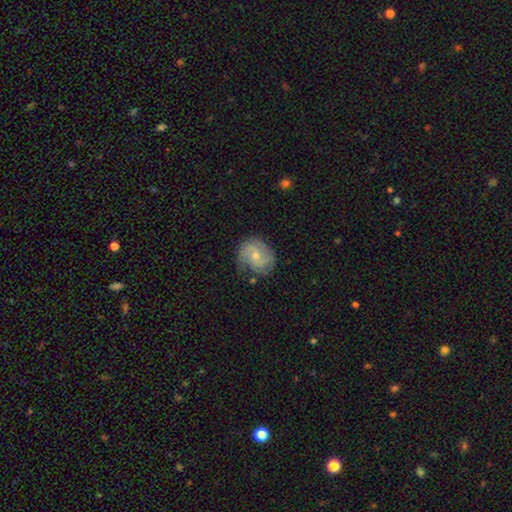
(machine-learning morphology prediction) Smooth or featured?
  - featured or disk: 70% *
  - smooth: 24%
  - star or artifact: 6%
Edge-on disk?
  - no: 98% *
  - yes: 2%
Bar?
  - no: 60% *
  - weak: 35%
  - strong: 5%
Spiral arms?
  - yes: 92% *
  - no: 8%
Spiral winding?
  - medium: 45% *
  - tight: 36%
  - loose: 19%
Spiral arm count?
  - 2: 58% *
  - can't tell: 16%
  - 3: 15%
  - 1: 6%
  - 4: 3%
  - more than 4: 2%
Bulge size?
  - small: 54% *
  - moderate: 41%
  - none: 2%
  - large: 1%
  - dominant: 1%
Merging?
  - none: 65% *
  - minor disturbance: 24%
  - major disturbance: 8%
  - merger: 3%